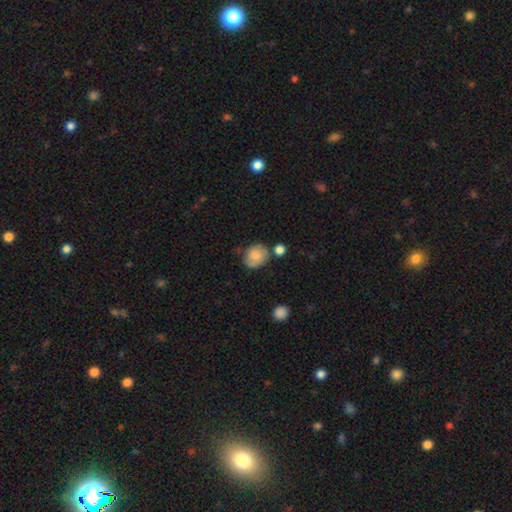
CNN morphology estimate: type=smooth (78%); roundness=round (62%); merging=none (63%).